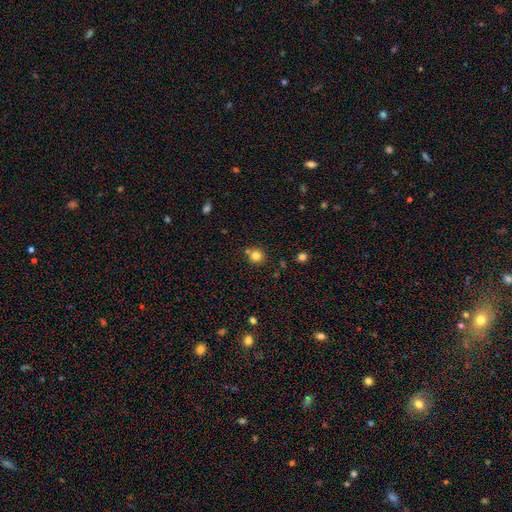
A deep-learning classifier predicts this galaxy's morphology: smooth-or-featured: smooth: 81% | star or artifact: 13% | featured or disk: 6%
  how-rounded: round: 91% | in between: 8% | cigar-shaped: 1%
  merging: none: 75% | merger: 14% | minor disturbance: 9% | major disturbance: 3%